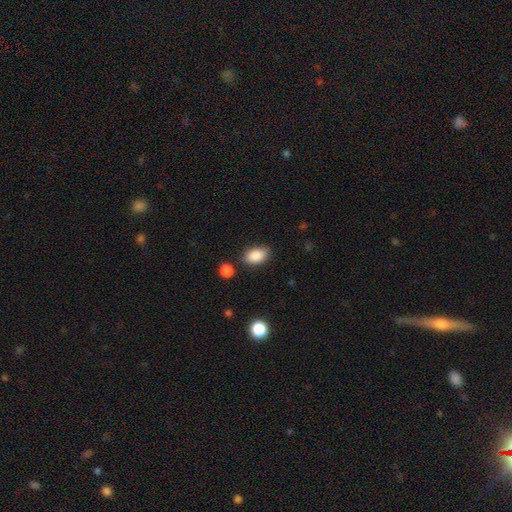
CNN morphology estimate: type=smooth (89%); roundness=in between (91%); merging=none (81%).